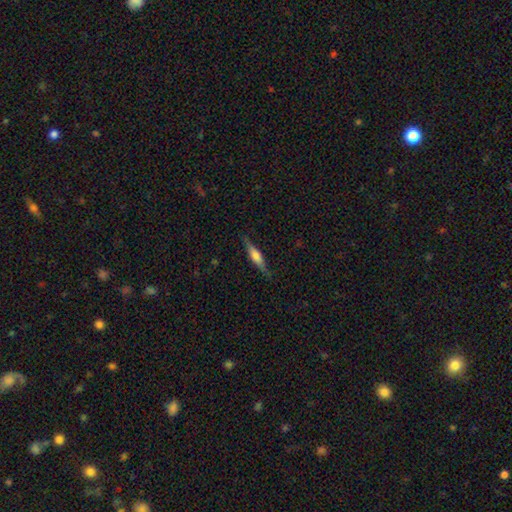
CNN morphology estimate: type=featured or disk (53%); edge-on=yes (95%); edge-on bulge=rounded (70%); merging=none (84%).